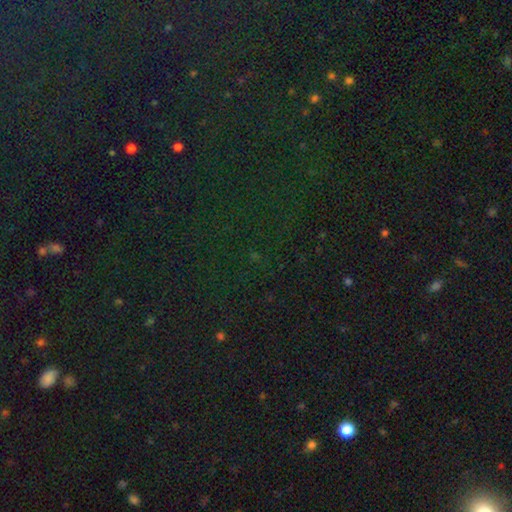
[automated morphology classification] Smooth or featured: star or artifact — 79% (smooth — 14%)